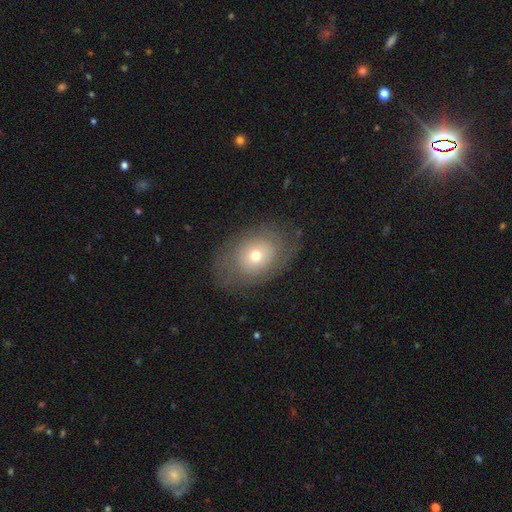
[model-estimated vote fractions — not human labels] Smooth or featured?
  - smooth: 53% *
  - featured or disk: 36%
  - star or artifact: 10%
How rounded?
  - in between: 71% *
  - round: 28%
  - cigar-shaped: 1%
Merging?
  - none: 74% *
  - minor disturbance: 16%
  - major disturbance: 8%
  - merger: 1%